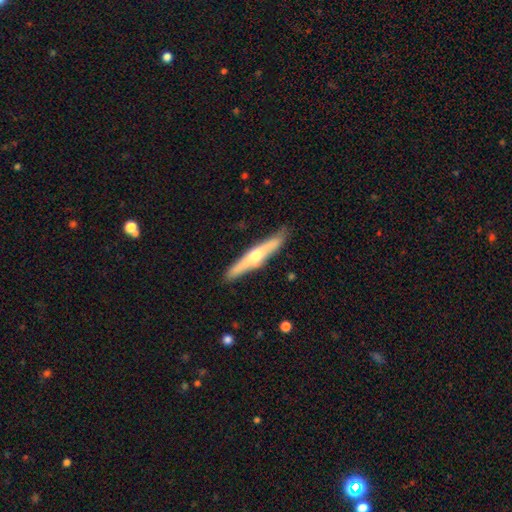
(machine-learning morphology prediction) This appears to be a featured or disk galaxy (60%) viewed edge-on (95%) with a rounded central bulge (86%). Merging: none (88%).